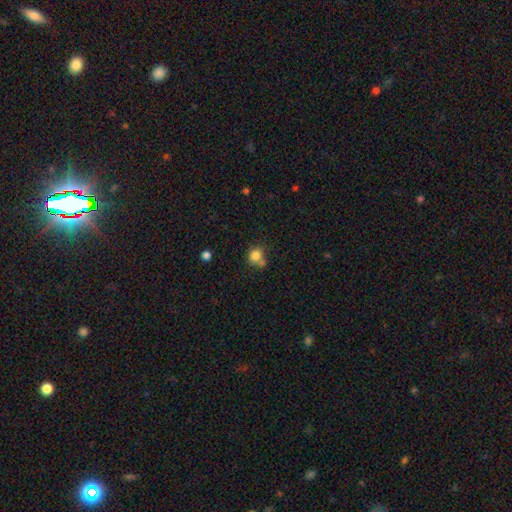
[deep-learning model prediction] The model was most divided on "merging": none: 57%, merger: 25%, minor disturbance: 14%, major disturbance: 5%. More confident: smooth or featured — smooth (81%); how rounded — round (81%).